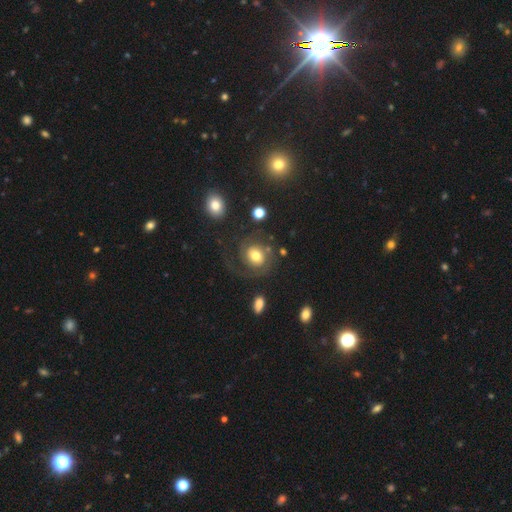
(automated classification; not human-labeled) This appears to be a featured or disk galaxy (56%) with no bar (67%), spiral arms (83%) and a moderate central bulge (58%). Merging: none (57%).